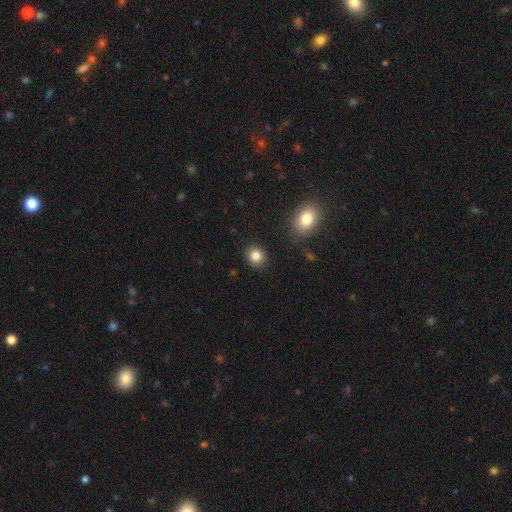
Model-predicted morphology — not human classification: This appears to be a smooth galaxy with no disk features (86%) that is round (73%). Merging: none (88%).